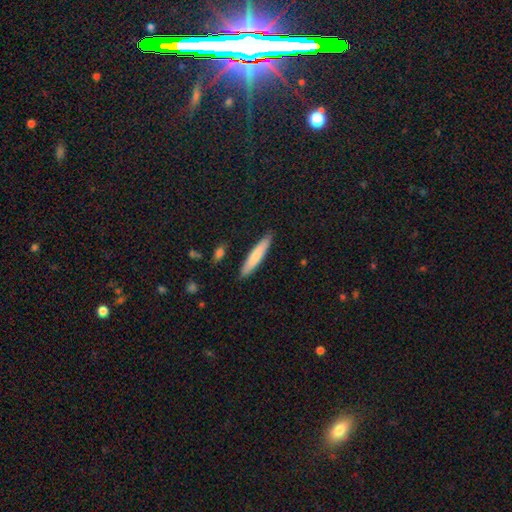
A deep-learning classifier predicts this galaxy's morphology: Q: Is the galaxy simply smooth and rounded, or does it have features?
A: smooth — 76%.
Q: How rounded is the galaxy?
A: cigar-shaped — 88%.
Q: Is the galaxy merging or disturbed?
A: none — 88%.